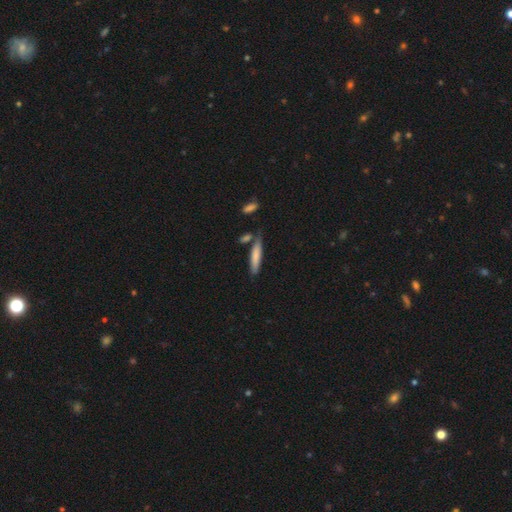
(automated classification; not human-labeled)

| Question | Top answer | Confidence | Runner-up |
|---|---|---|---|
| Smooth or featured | smooth | 76% | featured or disk (18%) |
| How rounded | cigar-shaped | 85% | in between (13%) |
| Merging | none | 70% | minor disturbance (16%) |